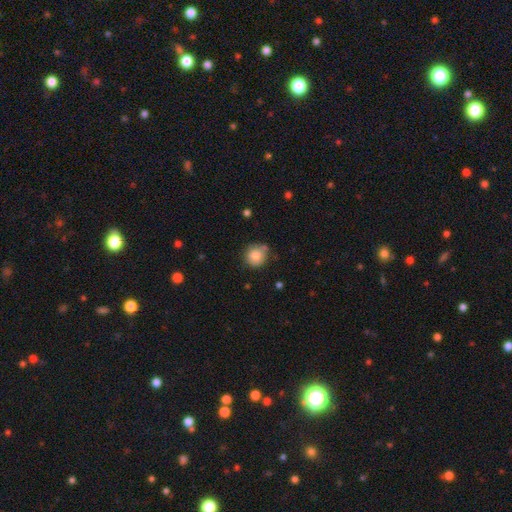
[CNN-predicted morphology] A smooth galaxy with no disk features (83%) that is round (91%).

Vote fractions:
- Smooth or featured? smooth: 83% / star or artifact: 9% / featured or disk: 8%
- How rounded? round: 91% / in between: 8% / cigar-shaped: 1%
- Merging? none: 77% / minor disturbance: 15% / merger: 5% / major disturbance: 3%